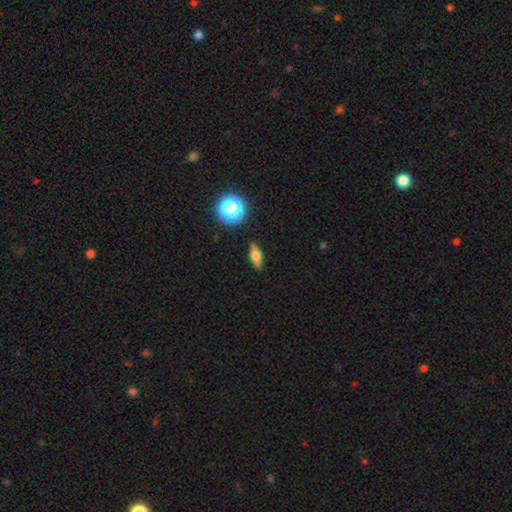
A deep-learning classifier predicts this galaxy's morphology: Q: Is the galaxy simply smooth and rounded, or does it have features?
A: smooth — 45%.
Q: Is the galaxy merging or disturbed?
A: none — 88%.